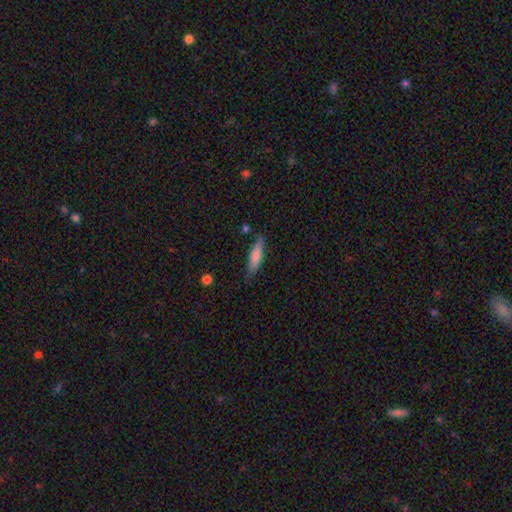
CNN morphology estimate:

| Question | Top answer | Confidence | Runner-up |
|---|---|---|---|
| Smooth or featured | smooth | 68% | featured or disk (26%) |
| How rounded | cigar-shaped | 68% | in between (30%) |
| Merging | none | 74% | minor disturbance (20%) |